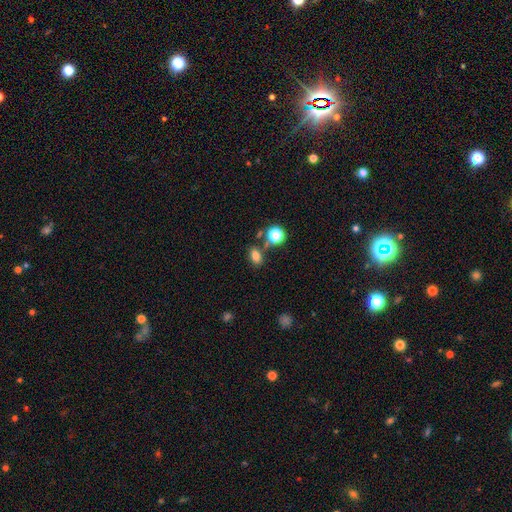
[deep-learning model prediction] Smooth or featured? smooth (79%)
How rounded? in between (80%)
Merging? none (65%)